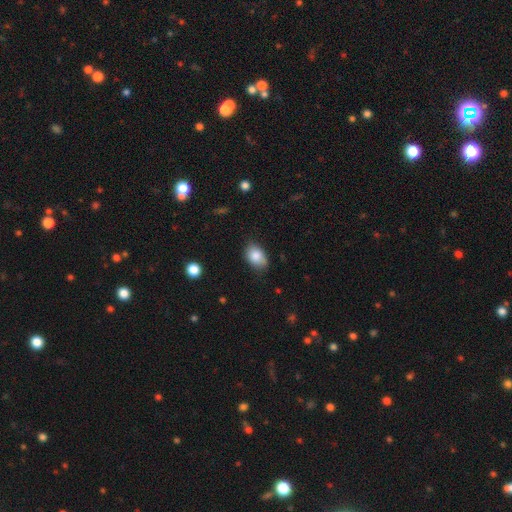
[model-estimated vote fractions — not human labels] smooth_or_featured: smooth (p=0.84) [alt: featured or disk p=0.08]
how_rounded: in between (p=0.81) [alt: round p=0.18]
merging: none (p=0.69) [alt: minor disturbance p=0.24]